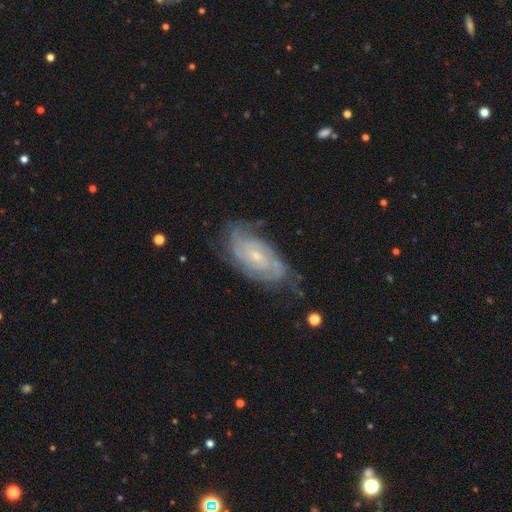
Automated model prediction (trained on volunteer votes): Q: Smooth or featured?
A: featured or disk (86%); runner-up: smooth (8%)
Q: Edge-on disk?
A: no (95%); runner-up: yes (5%)
Q: Bar?
A: no (64%); runner-up: weak (30%)
Q: Spiral arms?
A: yes (97%); runner-up: no (3%)
Q: Spiral winding?
A: tight (69%); runner-up: medium (26%)
Q: Spiral arm count?
A: 2 (34%); runner-up: can't tell (28%)
Q: Bulge size?
A: small (67%); runner-up: moderate (28%)
Q: Merging?
A: none (71%); runner-up: minor disturbance (20%)